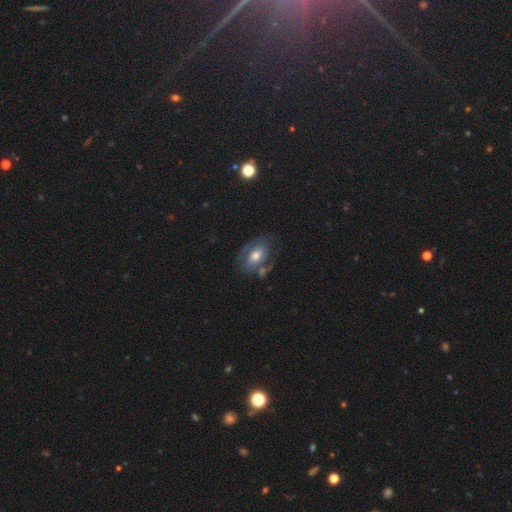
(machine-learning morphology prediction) featured or disk 47%, smooth 45%, star or artifact 8%. Down the decision tree: merging — none (54%).